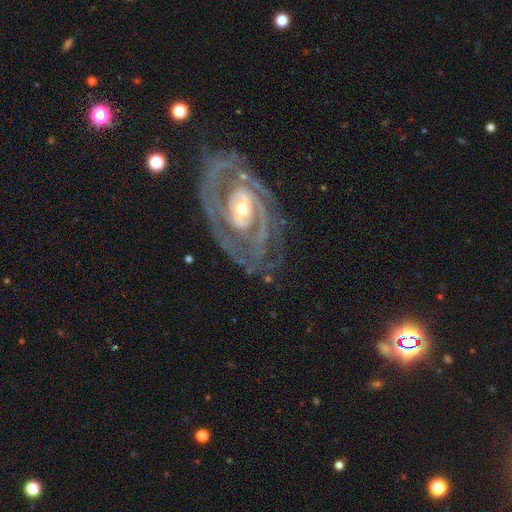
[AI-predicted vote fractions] Smooth or featured: featured or disk — 89% (smooth — 6%)
Edge-on disk: no — 95% (yes — 5%)
Bar: no — 50% (weak — 30%)
Spiral arms: yes — 92% (no — 8%)
Spiral winding: tight — 64% (medium — 29%)
Spiral arm count: 2 — 48% (can't tell — 20%)
Bulge size: moderate — 56% (small — 36%)
Merging: none — 70% (minor disturbance — 17%)